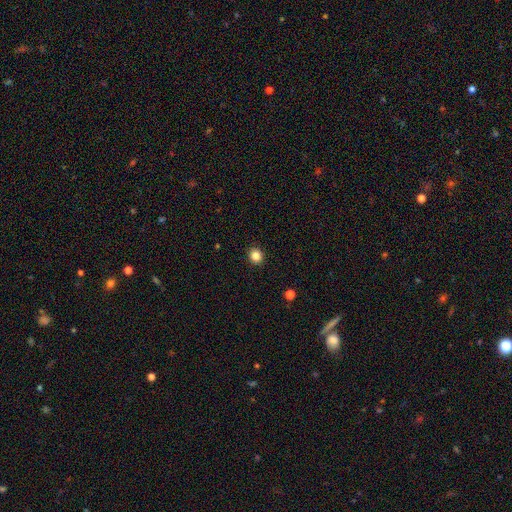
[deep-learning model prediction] The model was most divided on "how rounded": round: 84%, in between: 15%, cigar-shaped: 1%. More confident: merging — none (92%); smooth or featured — smooth (85%).